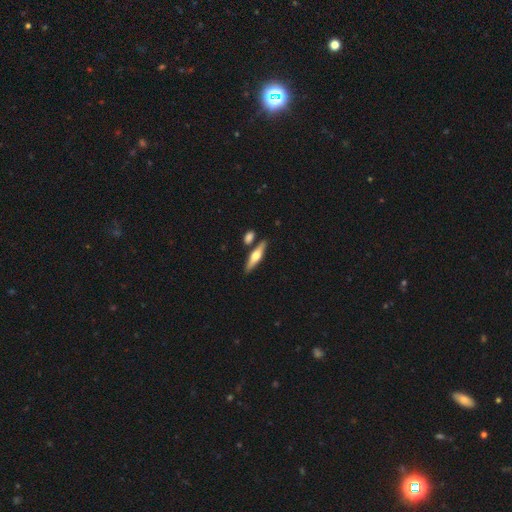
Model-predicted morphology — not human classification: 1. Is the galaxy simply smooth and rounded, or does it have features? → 57% featured or disk, 37% smooth, 6% star or artifact.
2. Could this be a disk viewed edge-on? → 95% yes, 5% no.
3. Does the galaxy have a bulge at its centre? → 93% rounded, 5% boxy, 3% none.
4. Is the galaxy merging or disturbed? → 79% none, 10% merger, 9% minor disturbance, 2% major disturbance.